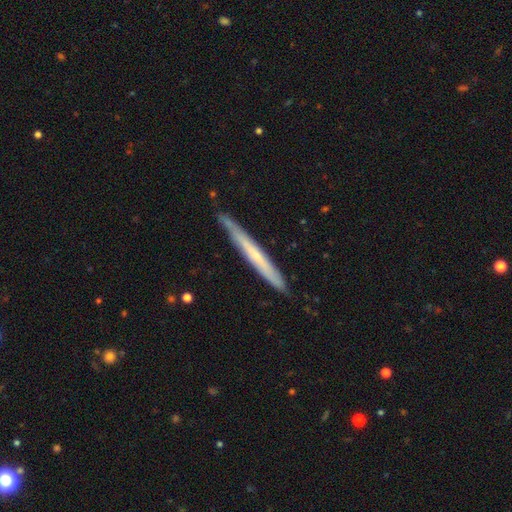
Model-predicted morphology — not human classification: Smooth or featured? featured or disk (51%)
Edge-on disk? yes (93%)
Merging? none (83%)